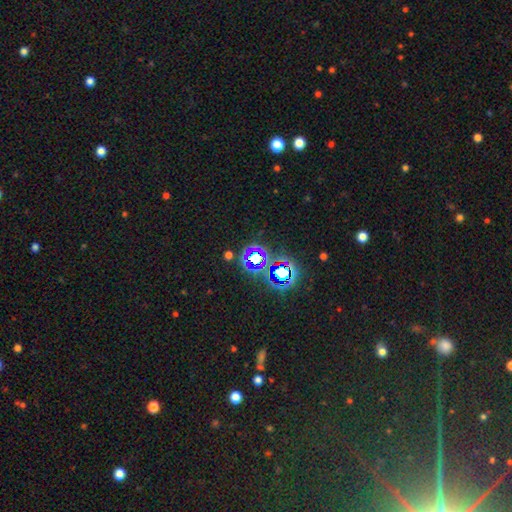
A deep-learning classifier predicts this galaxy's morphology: Overall: star or artifact (73%).